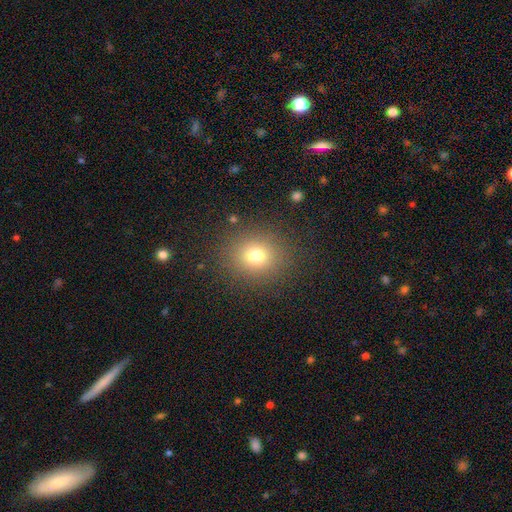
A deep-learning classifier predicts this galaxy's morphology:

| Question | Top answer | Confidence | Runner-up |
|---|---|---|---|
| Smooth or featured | smooth | 74% | star or artifact (16%) |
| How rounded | round | 79% | in between (20%) |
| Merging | none | 87% | minor disturbance (8%) |